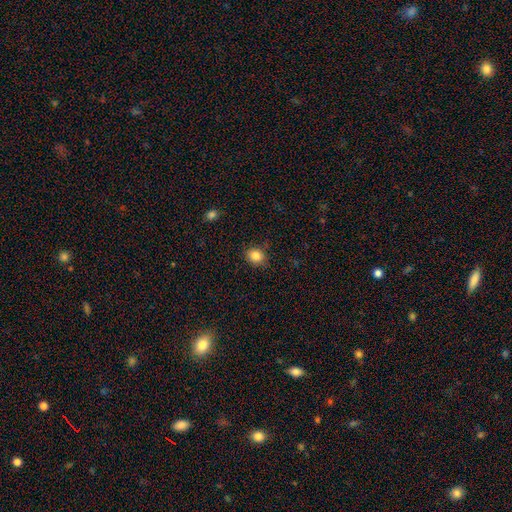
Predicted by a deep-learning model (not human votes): Smooth or featured: smooth — 84% (star or artifact — 10%)
How rounded: round — 60% (in between — 39%)
Merging: none — 83% (minor disturbance — 12%)